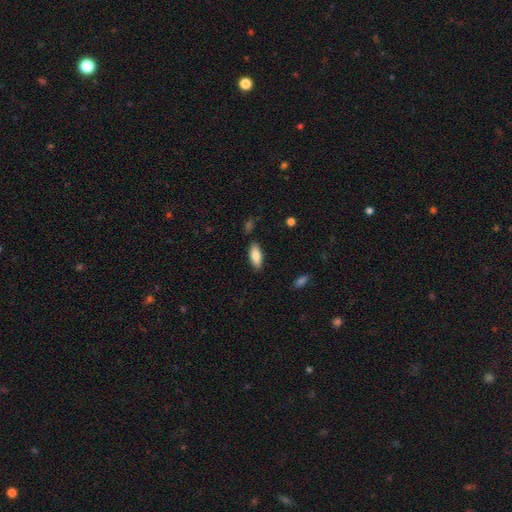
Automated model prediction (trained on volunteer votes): This is clearly a smooth galaxy (84%). How rounded: likely in between (78%). Merging: clearly none (84%).